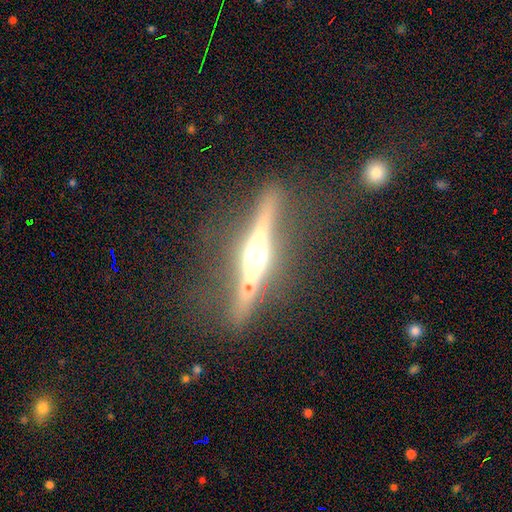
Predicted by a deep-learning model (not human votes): Overall: featured or disk (85%). Edge-on disk: yes (96%). Edge-on bulge: rounded (91%). Merging: none (73%).